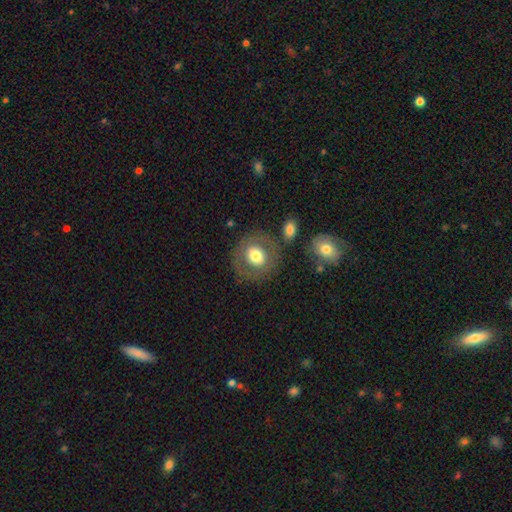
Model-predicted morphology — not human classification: smooth 65%, featured or disk 27%, star or artifact 8%. Down the decision tree: how rounded — round (81%); merging — none (78%).